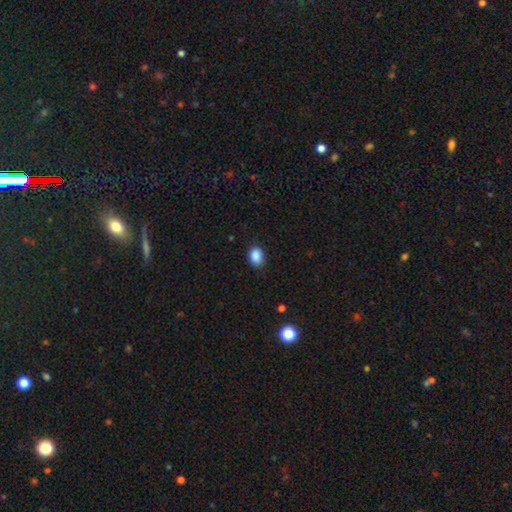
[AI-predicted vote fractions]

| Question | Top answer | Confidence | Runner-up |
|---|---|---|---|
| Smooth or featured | smooth | 88% | star or artifact (9%) |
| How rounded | in between | 70% | round (29%) |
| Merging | none | 82% | minor disturbance (15%) |